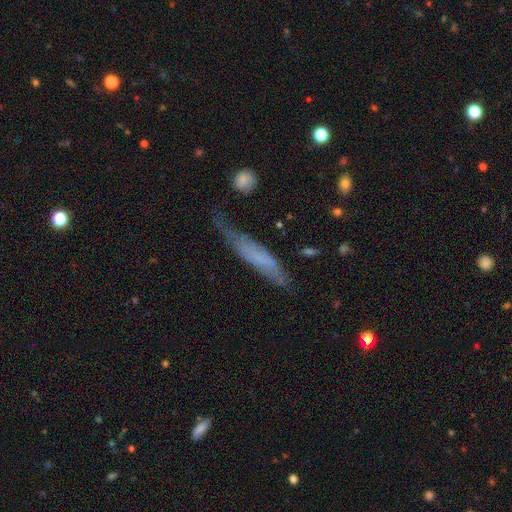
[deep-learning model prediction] Smooth or featured: smooth — 47% (featured or disk — 42%)
Merging: none — 44% (minor disturbance — 31%)